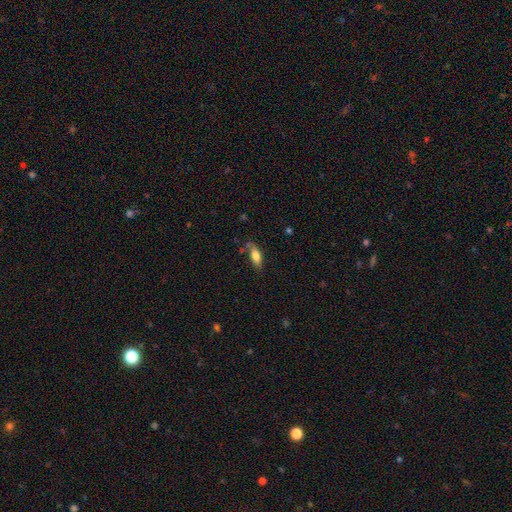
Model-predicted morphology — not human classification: smooth 75%, featured or disk 18%, star or artifact 7%. Down the decision tree: how rounded — in between (73%); merging — none (69%).